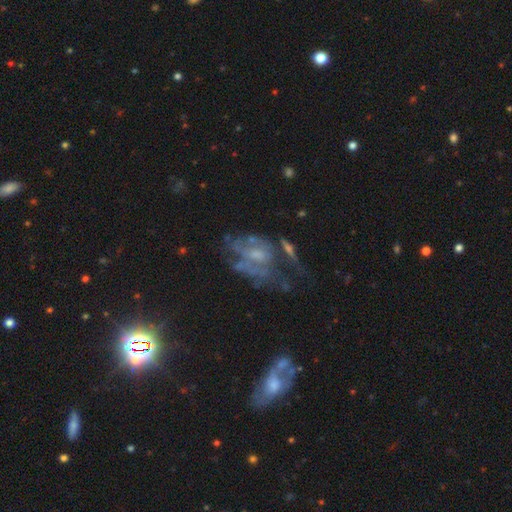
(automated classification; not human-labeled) Smooth or featured? featured or disk (68%)
Edge-on disk? no (96%)
Bar? no (67%)
Spiral arms? no (57%)
Bulge size? small (37%)
Merging? major disturbance (34%)